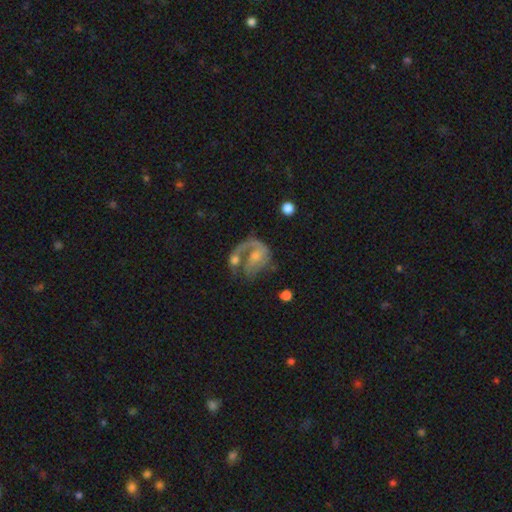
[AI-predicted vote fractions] Morphology: type=featured or disk (75%); edge-on=no (98%); bar=no (58%); spiral arms=yes (83%); winding=medium (40%); arm count=1 (63%); bulge=small (56%); merging=none (32%).